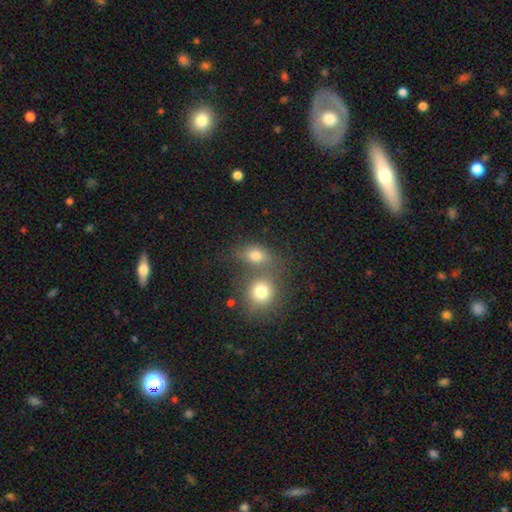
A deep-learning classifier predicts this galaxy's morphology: smooth 76%, star or artifact 13%, featured or disk 11%. Down the decision tree: how rounded — in between (54%); merging — merger (47%).